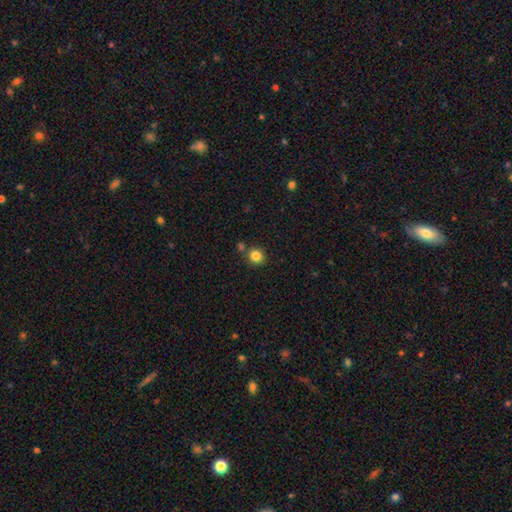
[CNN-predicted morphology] This is clearly a smooth galaxy (84%). How rounded: clearly round (91%). Merging: likely none (78%).